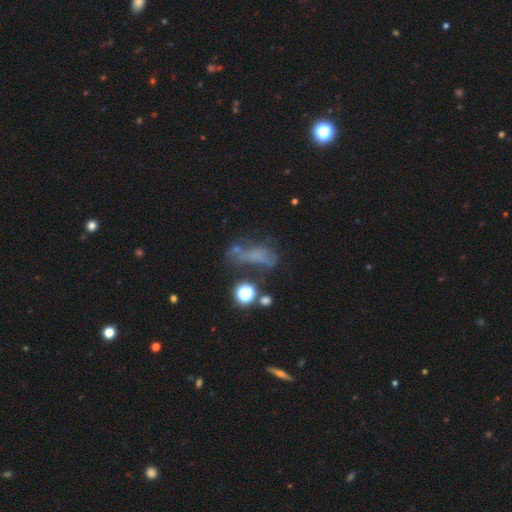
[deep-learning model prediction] Overall: smooth (43%; star or artifact 29%). Merging: none (34%; major disturbance 31%).